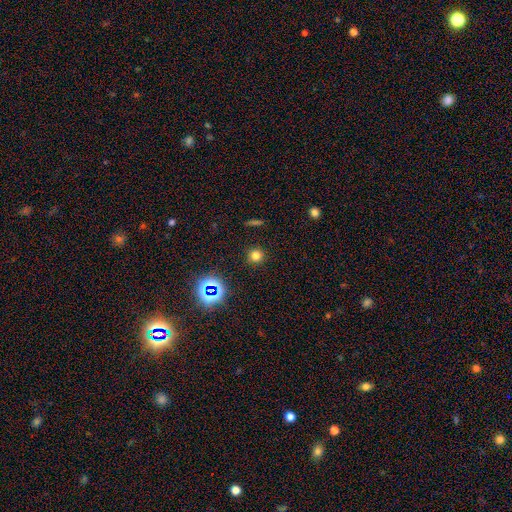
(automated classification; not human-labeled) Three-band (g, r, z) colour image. It shows a smooth galaxy with no disk features (71%) that is round (93%). Merging: none (90%).